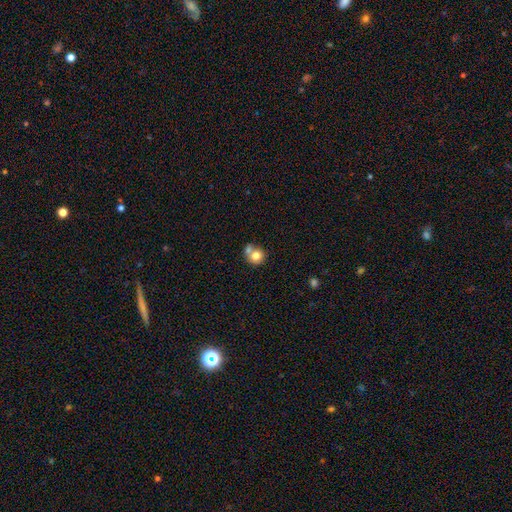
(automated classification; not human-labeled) Q: Smooth or featured?
A: smooth (77%); runner-up: featured or disk (13%)
Q: How rounded?
A: round (85%); runner-up: in between (14%)
Q: Merging?
A: merger (45%); runner-up: none (43%)